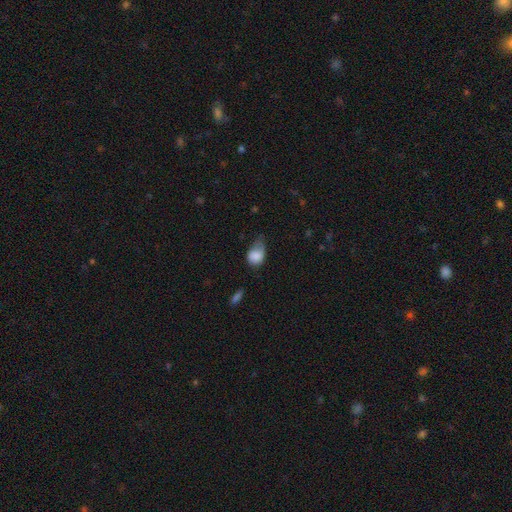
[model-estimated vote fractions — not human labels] smooth_or_featured: smooth (p=0.82) [alt: featured or disk p=0.10]
how_rounded: in between (p=0.64) [alt: round p=0.35]
merging: minor disturbance (p=0.44) [alt: major disturbance p=0.30]